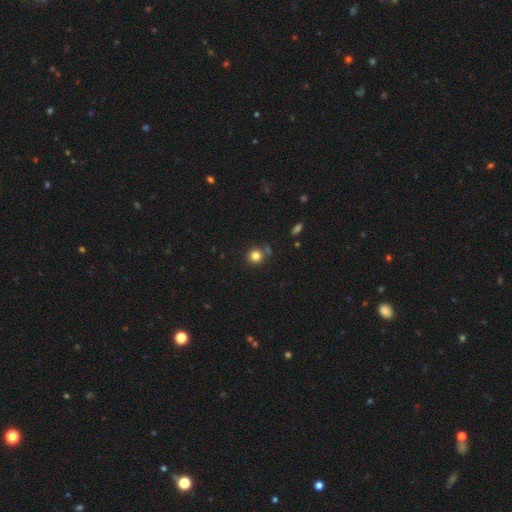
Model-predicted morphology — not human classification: The model was most divided on "merging": none: 77%, minor disturbance: 10%, merger: 10%, major disturbance: 3%. More confident: how rounded — round (91%); smooth or featured — smooth (81%).